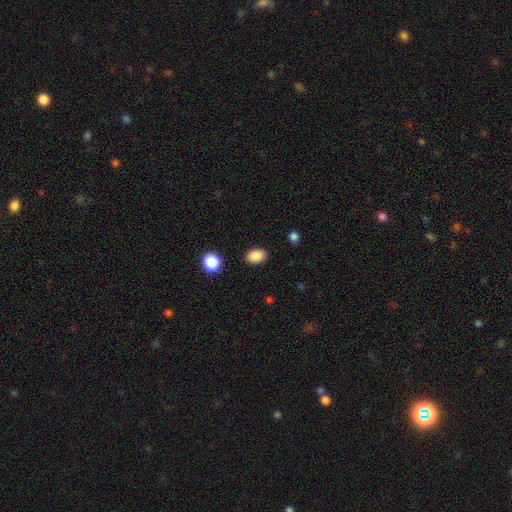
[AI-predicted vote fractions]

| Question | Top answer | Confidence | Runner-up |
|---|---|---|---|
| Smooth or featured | smooth | 87% | star or artifact (9%) |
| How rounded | in between | 80% | round (19%) |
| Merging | none | 88% | minor disturbance (8%) |